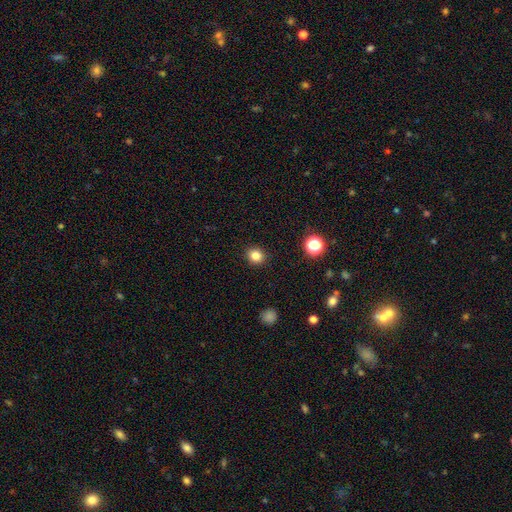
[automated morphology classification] A smooth galaxy with no disk features (82%) that is round (79%).

Vote fractions:
- Smooth or featured? smooth: 82% / star or artifact: 13% / featured or disk: 5%
- How rounded? round: 79% / in between: 20% / cigar-shaped: 1%
- Merging? none: 91% / minor disturbance: 6% / major disturbance: 2% / merger: 1%